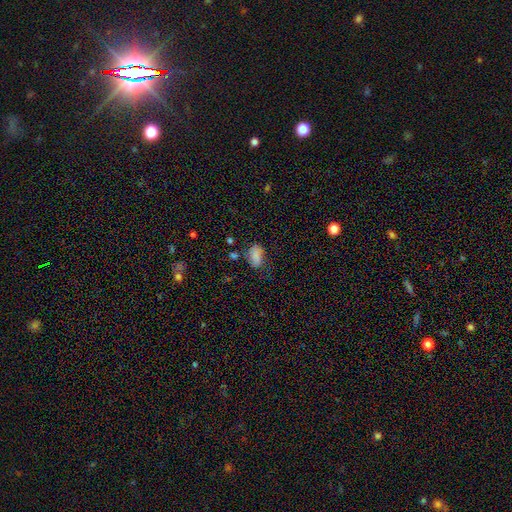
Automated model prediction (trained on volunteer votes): The model was most divided on "merging": none: 53%, minor disturbance: 29%, major disturbance: 12%, merger: 5%. More confident: how rounded — in between (90%); smooth or featured — smooth (80%).